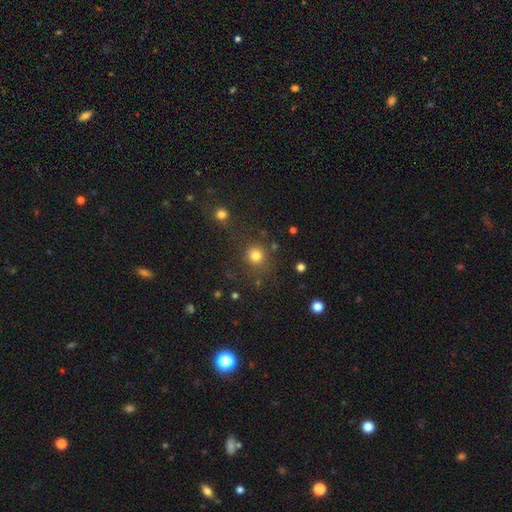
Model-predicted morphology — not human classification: Smooth or featured?
  - smooth: 79% *
  - star or artifact: 15%
  - featured or disk: 6%
How rounded?
  - round: 90% *
  - in between: 9%
  - cigar-shaped: 1%
Merging?
  - none: 76% *
  - minor disturbance: 10%
  - merger: 8%
  - major disturbance: 6%